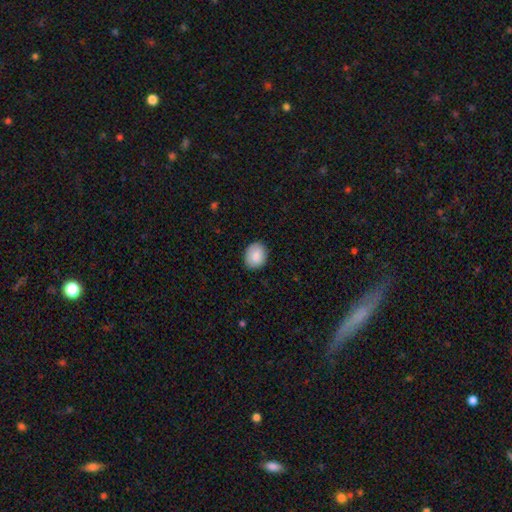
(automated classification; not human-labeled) smooth_or_featured: smooth (p=0.86) [alt: featured or disk p=0.07]
how_rounded: in between (p=0.54) [alt: round p=0.45]
merging: none (p=0.87) [alt: minor disturbance p=0.10]